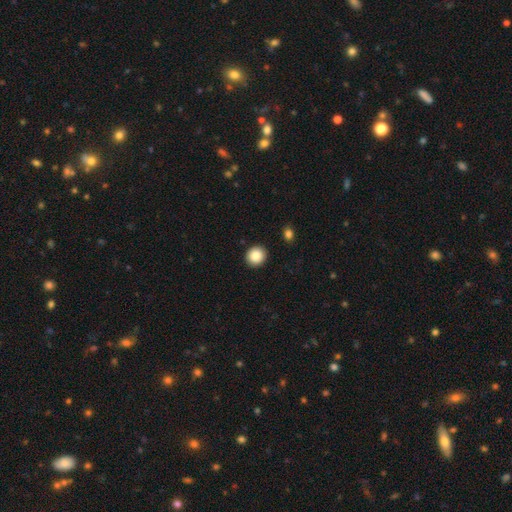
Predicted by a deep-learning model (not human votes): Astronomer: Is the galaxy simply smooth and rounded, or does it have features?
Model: smooth — 87%.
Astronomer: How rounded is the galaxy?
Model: round — 85%.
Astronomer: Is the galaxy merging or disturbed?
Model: none — 92%.